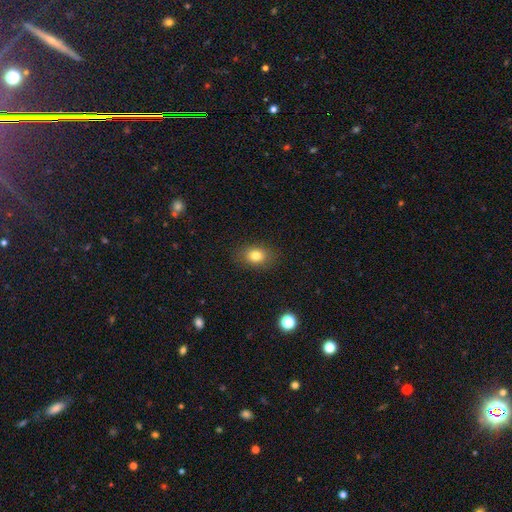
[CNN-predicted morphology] smooth_or_featured: smooth (p=0.80) [alt: star or artifact p=0.11]
how_rounded: in between (p=0.65) [alt: round p=0.34]
merging: none (p=0.85) [alt: minor disturbance p=0.11]